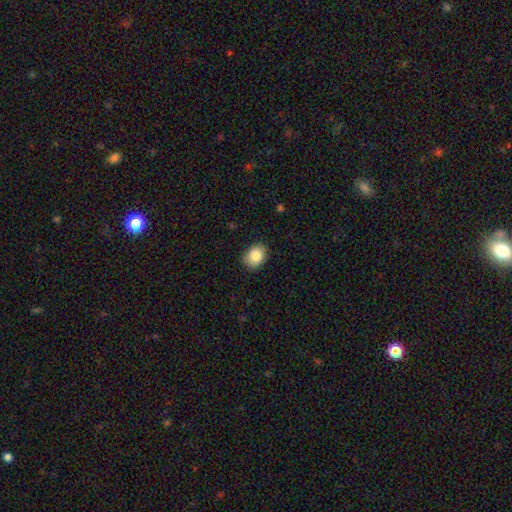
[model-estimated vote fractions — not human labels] The model was most divided on "how rounded": in between: 64%, round: 35%, cigar-shaped: 1%. More confident: smooth or featured — smooth (85%); merging — none (84%).